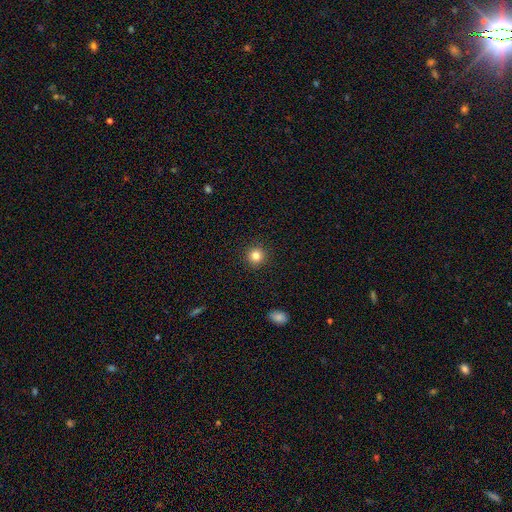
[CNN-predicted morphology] Smooth or featured?
  - smooth: 82% *
  - star or artifact: 12%
  - featured or disk: 6%
How rounded?
  - round: 94% *
  - in between: 5%
  - cigar-shaped: 1%
Merging?
  - none: 92% *
  - minor disturbance: 5%
  - major disturbance: 2%
  - merger: 1%